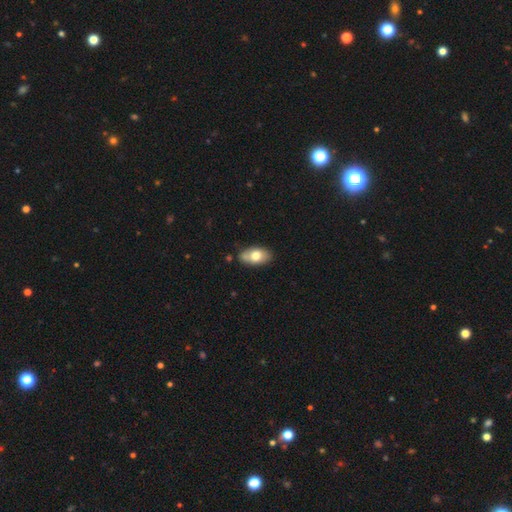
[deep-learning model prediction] Morphology: type=smooth (72%); roundness=in between (92%); merging=none (74%).